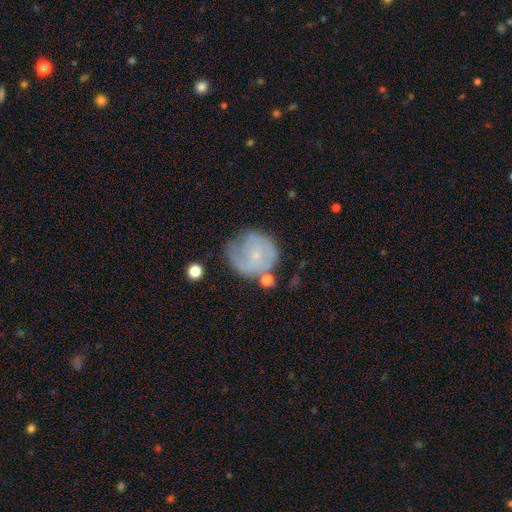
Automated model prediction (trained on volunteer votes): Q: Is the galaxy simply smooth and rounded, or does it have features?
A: featured or disk — 58%.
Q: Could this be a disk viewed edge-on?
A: no — 98%.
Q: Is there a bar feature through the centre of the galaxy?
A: no — 73%.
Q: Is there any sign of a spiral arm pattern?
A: yes — 80%.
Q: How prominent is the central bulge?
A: small — 77%.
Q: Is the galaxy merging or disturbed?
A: none — 55%.